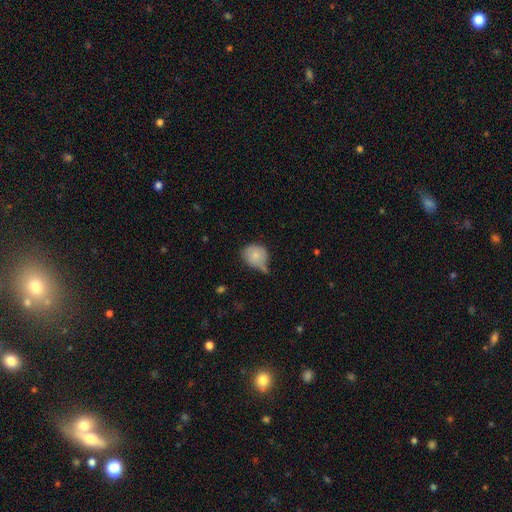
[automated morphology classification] smooth 78%, featured or disk 14%, star or artifact 8%. Down the decision tree: how rounded — round (74%); merging — none (39%).